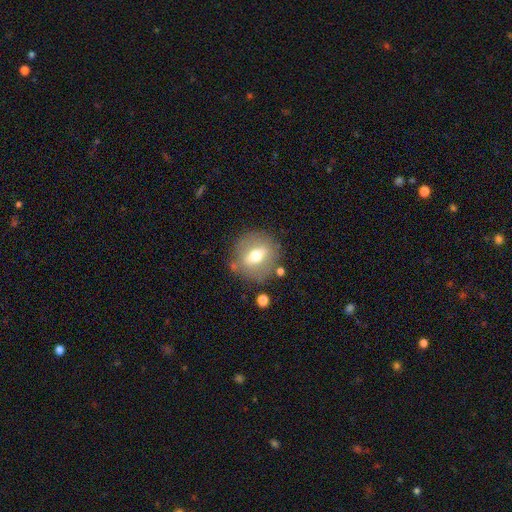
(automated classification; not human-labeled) This appears to be a smooth galaxy with no disk features (48%). Merging: none (79%).